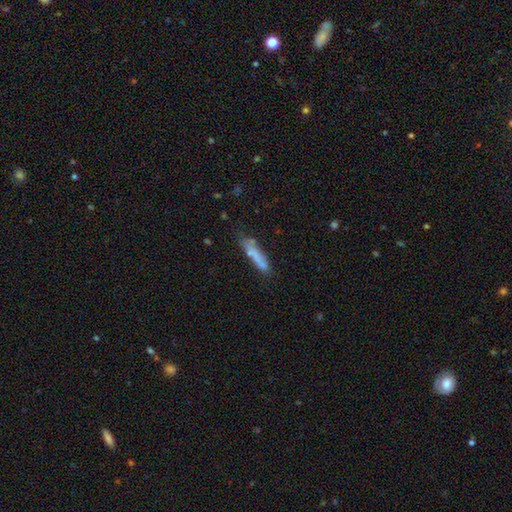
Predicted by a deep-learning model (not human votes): Q: Smooth or featured?
A: smooth (71%); runner-up: featured or disk (21%)
Q: How rounded?
A: cigar-shaped (85%); runner-up: in between (13%)
Q: Merging?
A: none (62%); runner-up: minor disturbance (23%)